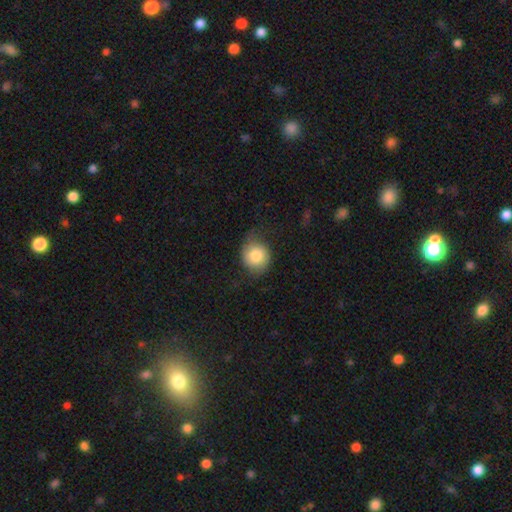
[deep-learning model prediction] A smooth galaxy with no disk features (77%) that is round (80%). Merging: none (57%).